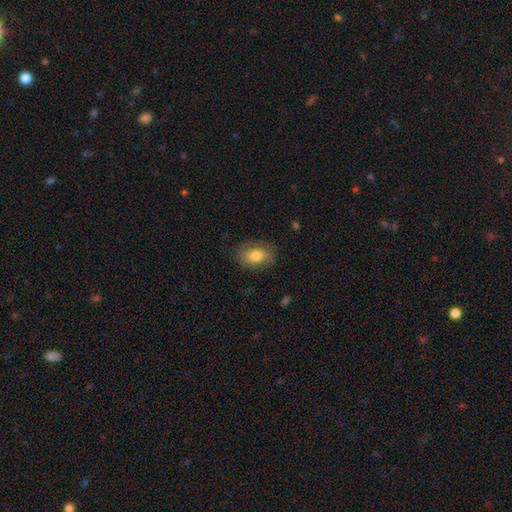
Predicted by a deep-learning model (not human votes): This appears to be a smooth galaxy with no disk features (70%) that is in between round and cigar-shaped (82%). Merging: none (77%).